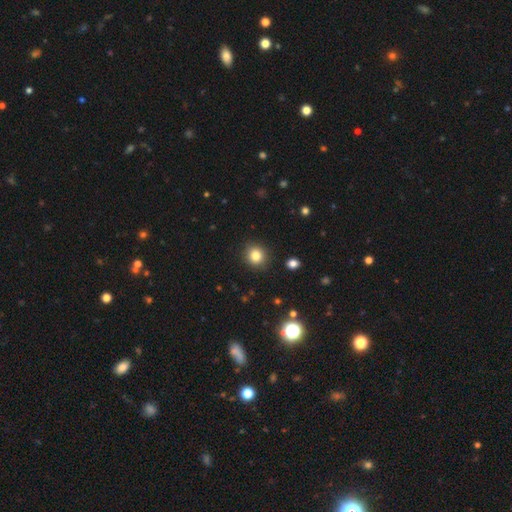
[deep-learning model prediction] smooth-or-featured: smooth: 82% | star or artifact: 12% | featured or disk: 6%
  how-rounded: round: 87% | in between: 12% | cigar-shaped: 1%
  merging: none: 90% | minor disturbance: 7% | major disturbance: 2% | merger: 1%